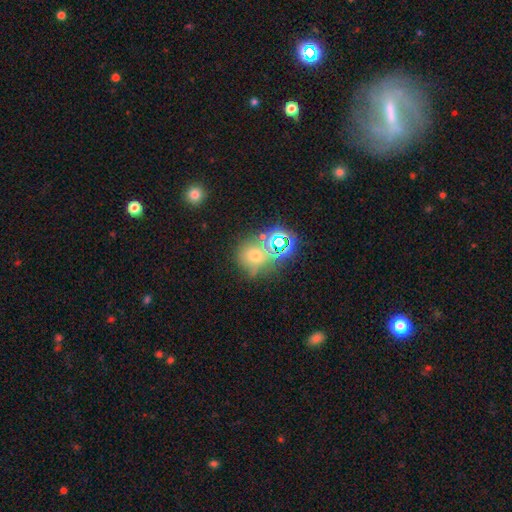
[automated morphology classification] Q: Smooth or featured?
A: smooth (47%); runner-up: star or artifact (38%)
Q: Merging?
A: none (51%); runner-up: merger (24%)